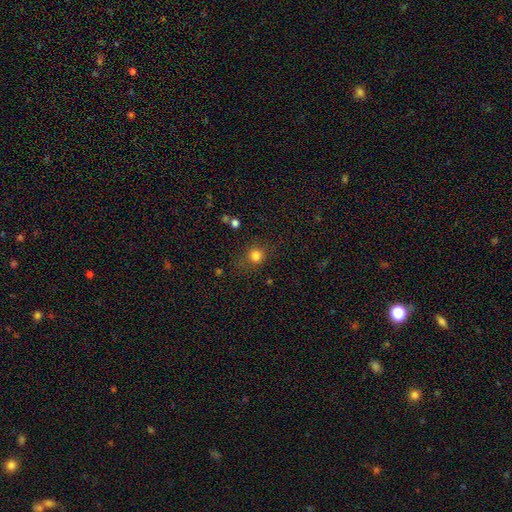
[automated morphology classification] Overall: smooth (81%). How rounded: round (85%). Merging: none (77%).